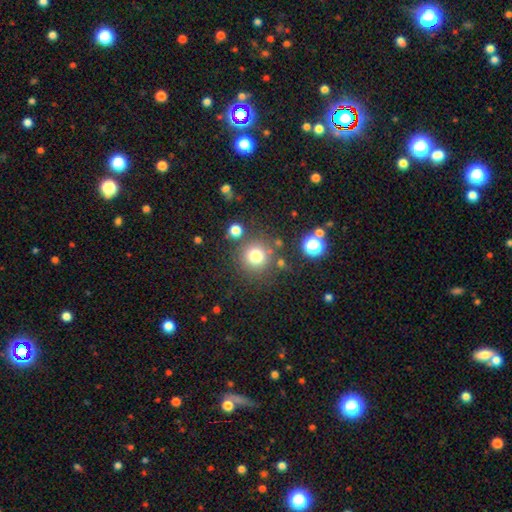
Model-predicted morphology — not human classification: Smooth or featured?
  - smooth: 77% *
  - star or artifact: 15%
  - featured or disk: 8%
How rounded?
  - round: 93% *
  - in between: 6%
  - cigar-shaped: 1%
Merging?
  - none: 80% *
  - minor disturbance: 9%
  - merger: 6%
  - major disturbance: 4%